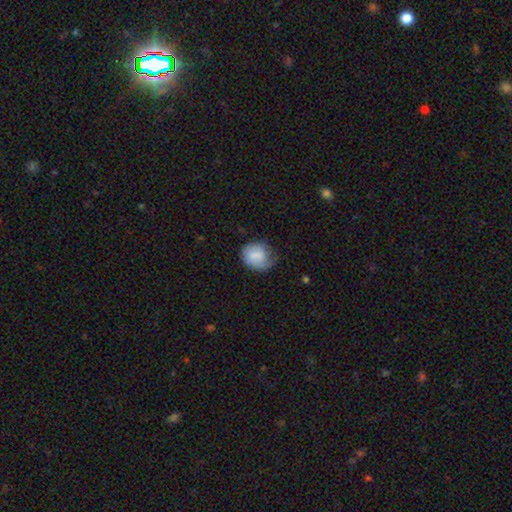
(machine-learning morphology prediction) smooth 74%, featured or disk 19%, star or artifact 7%. Down the decision tree: how rounded — round (58%); merging — none (49%).